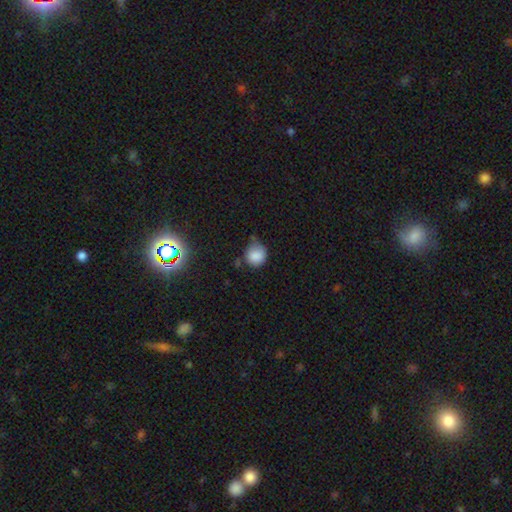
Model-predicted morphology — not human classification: Smooth or featured? Predicted: smooth (p=0.84). How rounded? Predicted: round (p=0.84). Merging? Predicted: none (p=0.50).